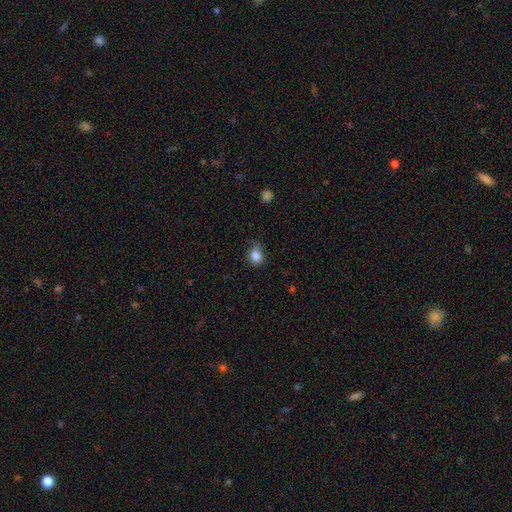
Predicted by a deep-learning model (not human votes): A smooth galaxy with no disk features (86%) that is round (54%). Merging: none (60%).